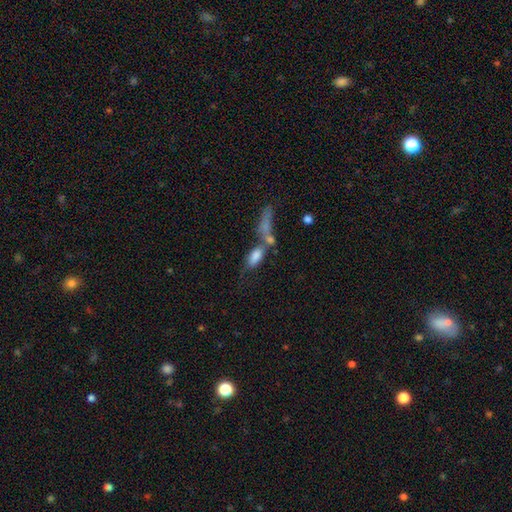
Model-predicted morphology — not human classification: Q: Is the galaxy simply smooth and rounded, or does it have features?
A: smooth — 75%.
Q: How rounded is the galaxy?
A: in between — 79%.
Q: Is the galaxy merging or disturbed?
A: merger — 54%.